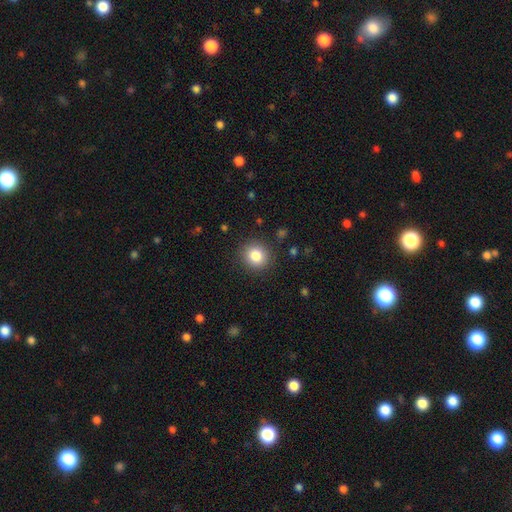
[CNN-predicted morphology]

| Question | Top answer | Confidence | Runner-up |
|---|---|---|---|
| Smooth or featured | smooth | 83% | star or artifact (10%) |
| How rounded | round | 88% | in between (11%) |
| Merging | none | 89% | minor disturbance (7%) |